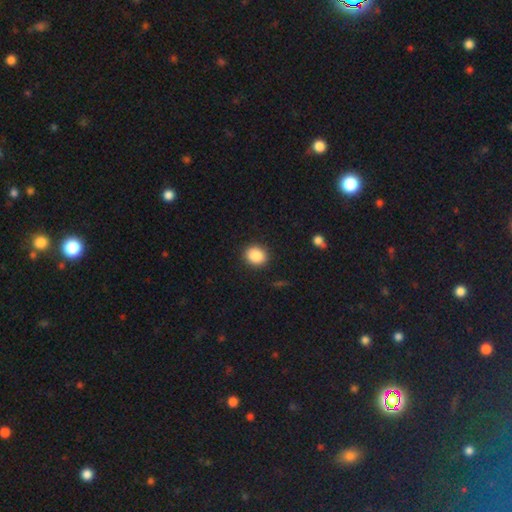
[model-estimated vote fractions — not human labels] A smooth galaxy with no disk features (87%) that is round (69%).

Vote fractions:
- Smooth or featured? smooth: 87% / star or artifact: 9% / featured or disk: 4%
- How rounded? round: 69% / in between: 30% / cigar-shaped: 1%
- Merging? none: 90% / minor disturbance: 6% / major disturbance: 2% / merger: 1%